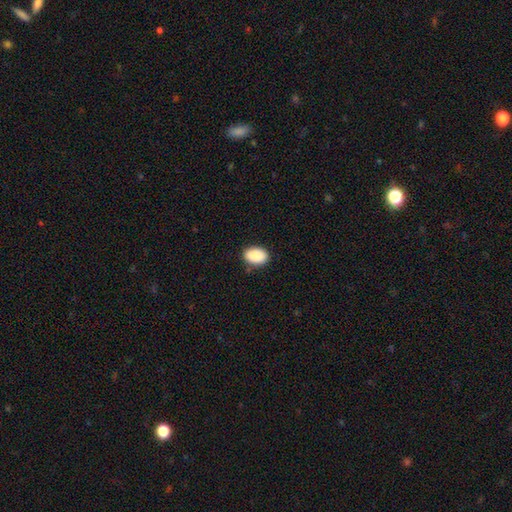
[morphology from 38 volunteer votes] Overall: smooth (95%). How rounded: in between (100%). Merging: none (81%).